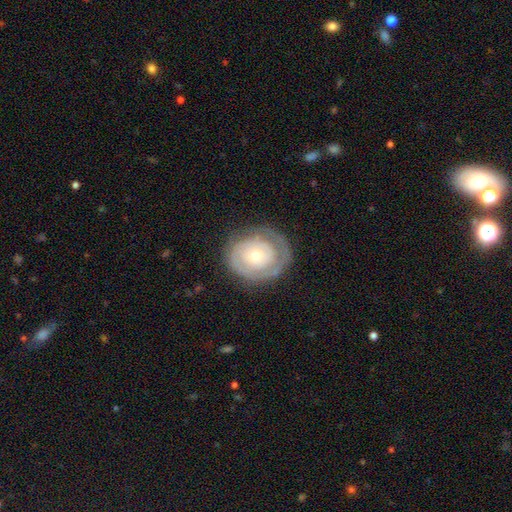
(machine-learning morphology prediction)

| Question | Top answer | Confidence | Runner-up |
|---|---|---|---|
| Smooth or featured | featured or disk | 68% | smooth (26%) |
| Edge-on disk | no | 97% | yes (3%) |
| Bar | no | 86% | weak (12%) |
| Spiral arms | yes | 67% | no (33%) |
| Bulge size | small | 54% | moderate (41%) |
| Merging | none | 72% | minor disturbance (18%) |